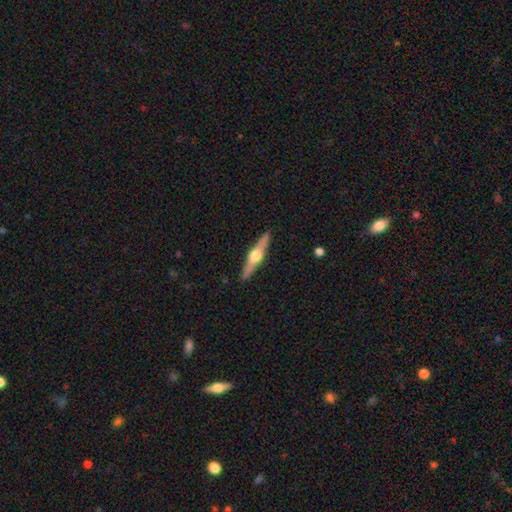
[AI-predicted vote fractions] Smooth or featured? featured or disk (72%)
Edge-on disk? yes (97%)
Edge-on bulge? rounded (96%)
Merging? none (91%)